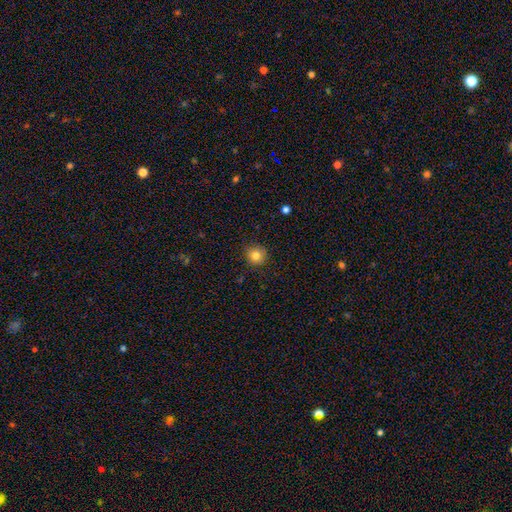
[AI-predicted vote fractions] A smooth galaxy with no disk features (82%) that is round (92%). Merging: none (86%).